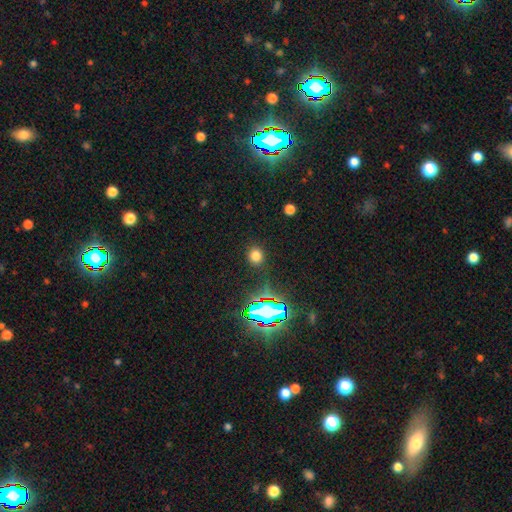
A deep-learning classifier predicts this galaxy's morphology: Smooth or featured? smooth (72%)
How rounded? round (80%)
Merging? none (87%)